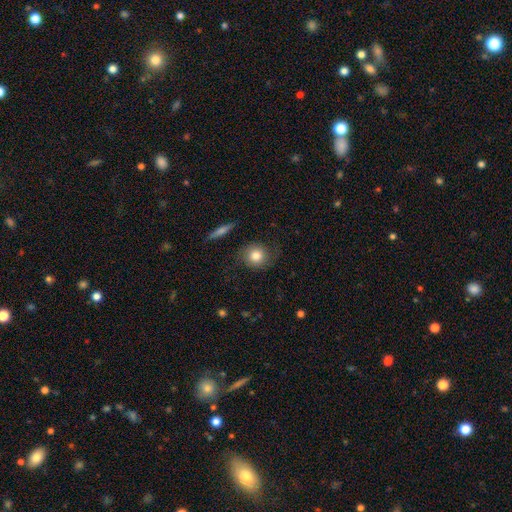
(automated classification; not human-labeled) smooth_or_featured: smooth (p=0.73) [alt: featured or disk p=0.19]
how_rounded: round (p=0.83) [alt: in between p=0.15]
merging: none (p=0.74) [alt: minor disturbance p=0.16]